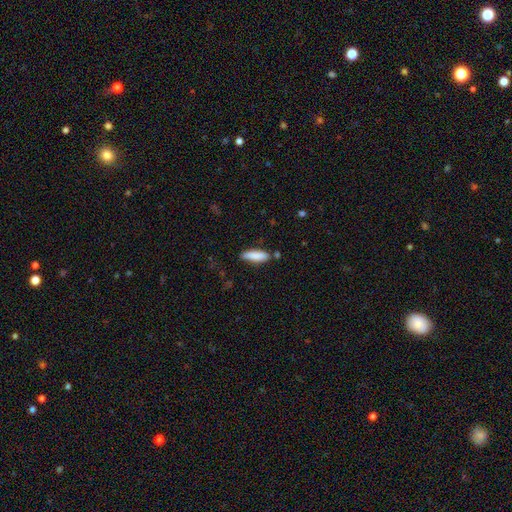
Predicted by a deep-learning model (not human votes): A smooth galaxy with no disk features (85%) that is cigar-shaped (50%).

Vote fractions:
- Smooth or featured? smooth: 85% / featured or disk: 8% / star or artifact: 6%
- How rounded? cigar-shaped: 50% / in between: 49% / round: 2%
- Merging? none: 74% / minor disturbance: 18% / merger: 4% / major disturbance: 4%